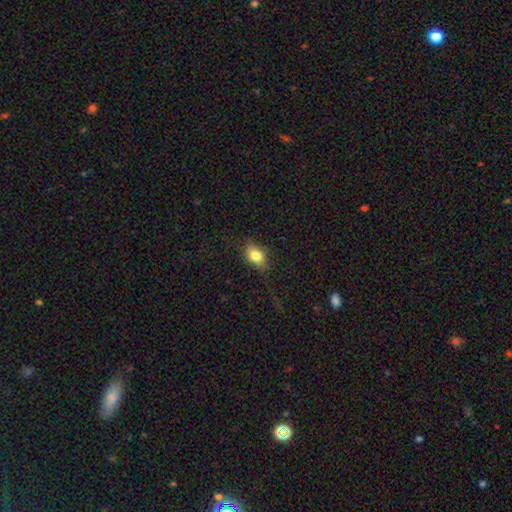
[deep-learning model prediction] The model was most divided on "how rounded": in between: 75%, round: 22%, cigar-shaped: 3%. More confident: smooth or featured — smooth (80%); merging — none (73%).